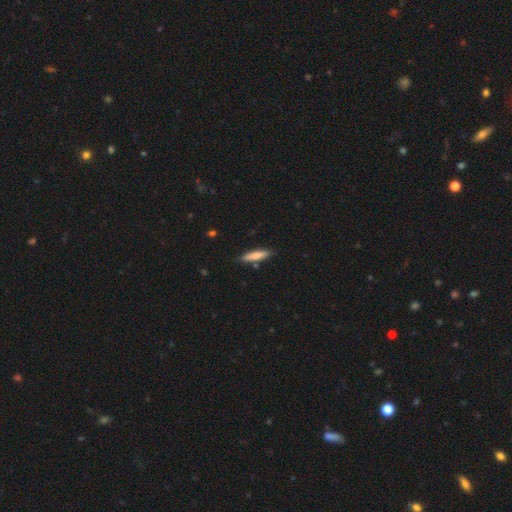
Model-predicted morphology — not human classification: Smooth or featured?
  - smooth: 76% *
  - featured or disk: 18%
  - star or artifact: 6%
How rounded?
  - cigar-shaped: 79% *
  - in between: 20%
  - round: 2%
Merging?
  - none: 83% *
  - minor disturbance: 12%
  - merger: 3%
  - major disturbance: 2%